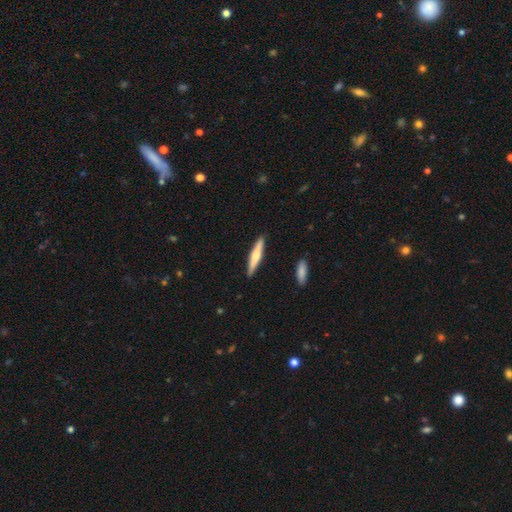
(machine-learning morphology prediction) This is possibly a smooth galaxy (50%). Merging: clearly none (90%).